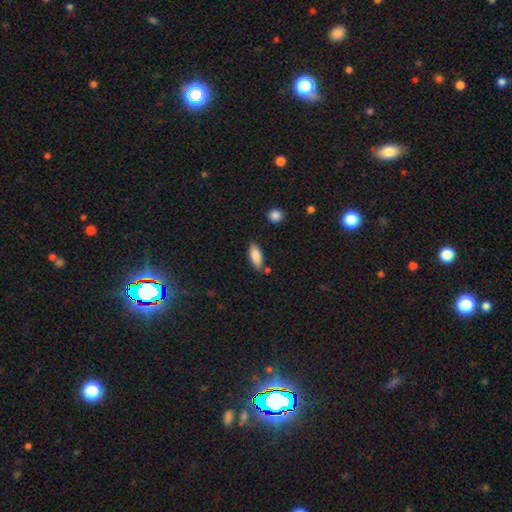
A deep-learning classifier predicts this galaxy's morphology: This appears to be a smooth galaxy with no disk features (85%) that is in between round and cigar-shaped (77%). Merging: none (77%).